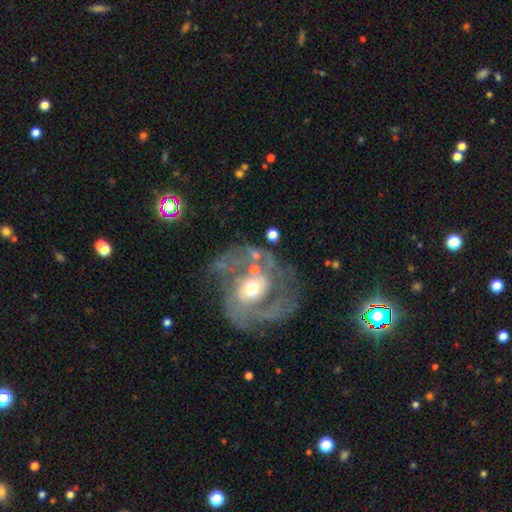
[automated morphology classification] type=featured or disk (83%); edge-on=no (97%); bar=no (59%); spiral arms=yes (88%); winding=medium (46%); arm count=2 (61%); bulge=moderate (72%); merging=none (59%).